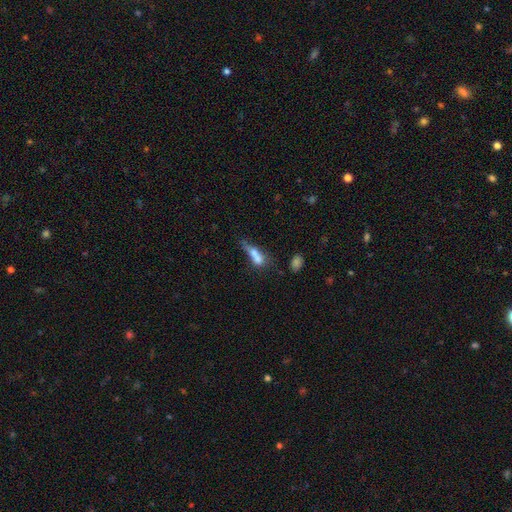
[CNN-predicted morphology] type=smooth (61%); roundness=in between (53%); merging=merger (58%).